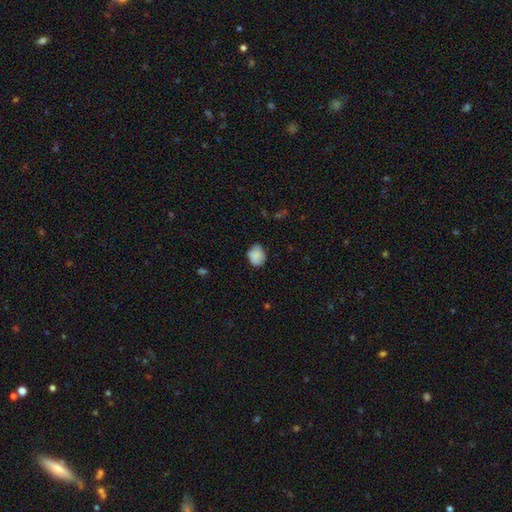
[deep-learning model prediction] Q: Smooth or featured?
A: smooth (84%); runner-up: star or artifact (8%)
Q: How rounded?
A: in between (53%); runner-up: round (46%)
Q: Merging?
A: none (70%); runner-up: minor disturbance (24%)